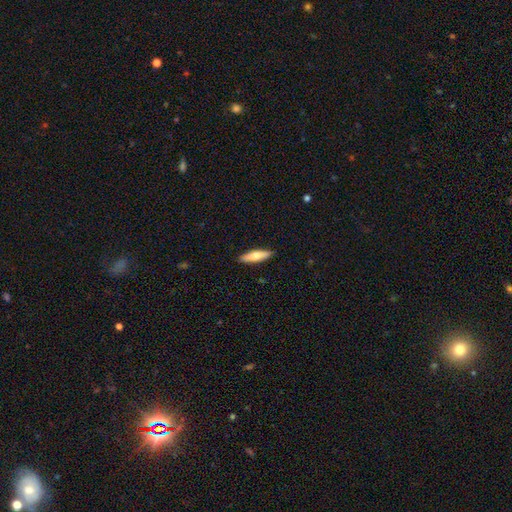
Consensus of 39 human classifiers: Smooth or featured? 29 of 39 (74%) said smooth. How rounded? 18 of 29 (62%) said cigar-shaped. Merging? 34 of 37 (92%) said none.